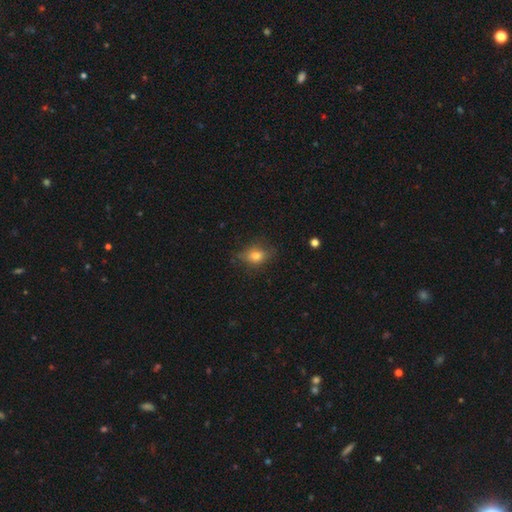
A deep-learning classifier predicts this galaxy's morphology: A smooth galaxy with no disk features (72%) that is in between round and cigar-shaped (62%). Merging: none (67%).